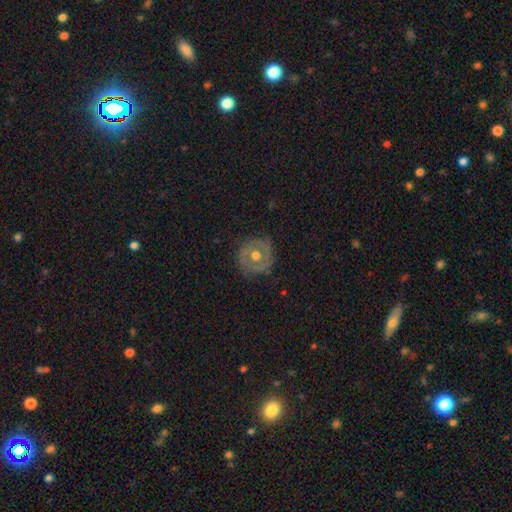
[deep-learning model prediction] Smooth or featured?
  - featured or disk: 63% *
  - smooth: 29%
  - star or artifact: 8%
Edge-on disk?
  - no: 96% *
  - yes: 4%
Bar?
  - no: 76% *
  - weak: 18%
  - strong: 6%
Spiral arms?
  - no: 54% *
  - yes: 46%
Bulge size?
  - moderate: 81% *
  - small: 10%
  - large: 7%
  - none: 1%
  - dominant: 1%
Merging?
  - none: 80% *
  - minor disturbance: 15%
  - major disturbance: 4%
  - merger: 1%